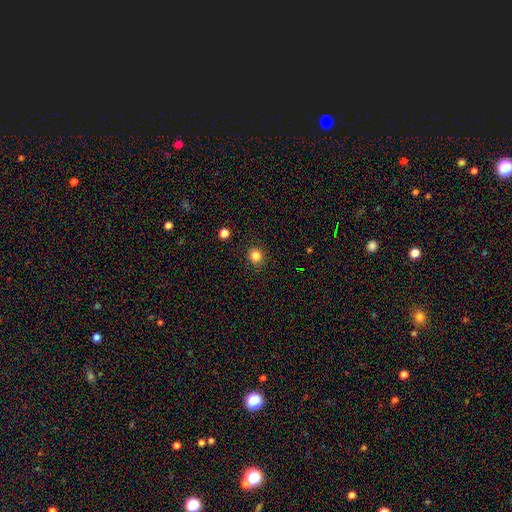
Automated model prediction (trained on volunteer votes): smooth 84%, star or artifact 12%, featured or disk 4%. Down the decision tree: how rounded — round (84%); merging — none (90%).